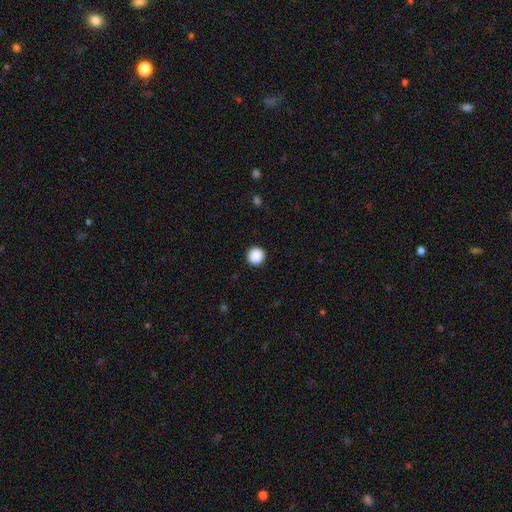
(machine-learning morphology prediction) smooth 89%, star or artifact 9%, featured or disk 2%. Down the decision tree: how rounded — round (96%); merging — none (93%).